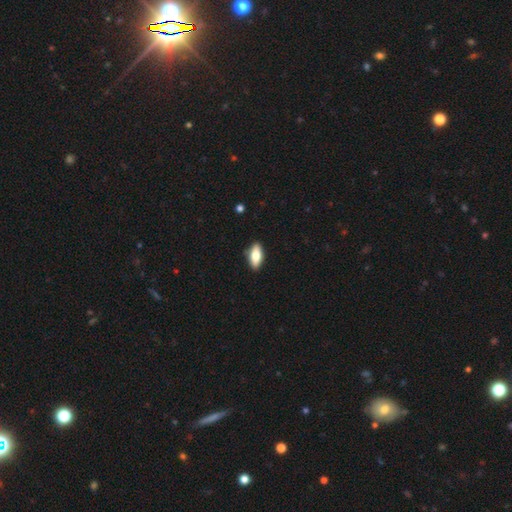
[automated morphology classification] smooth-or-featured: smooth: 74% | featured or disk: 20% | star or artifact: 6%
  how-rounded: in between: 82% | cigar-shaped: 15% | round: 3%
  merging: none: 87% | minor disturbance: 10% | major disturbance: 2% | merger: 1%